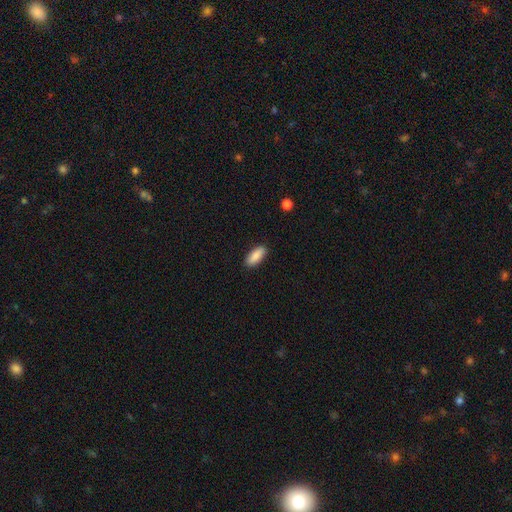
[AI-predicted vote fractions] Morphology: type=smooth (89%); roundness=in between (80%); merging=none (90%).